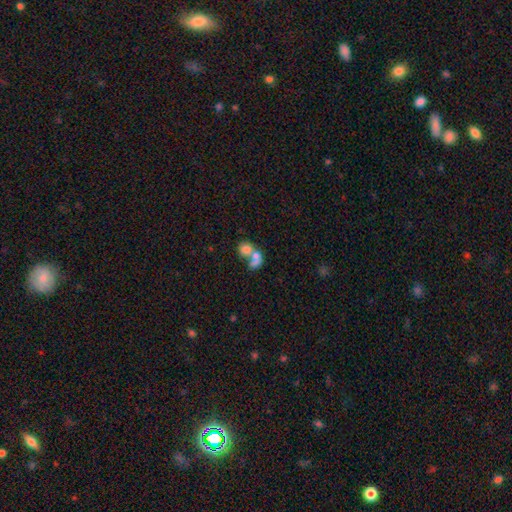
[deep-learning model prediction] This is likely a smooth galaxy (66%). How rounded: possibly round (54%). Merging: likely merger (73%).